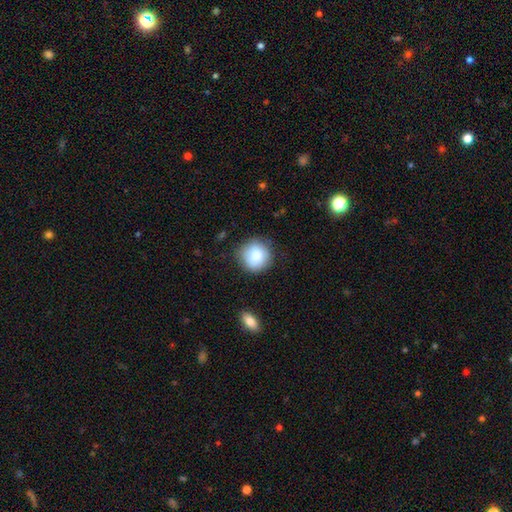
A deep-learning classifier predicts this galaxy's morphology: Smooth or featured? smooth (84%)
How rounded? round (90%)
Merging? none (79%)